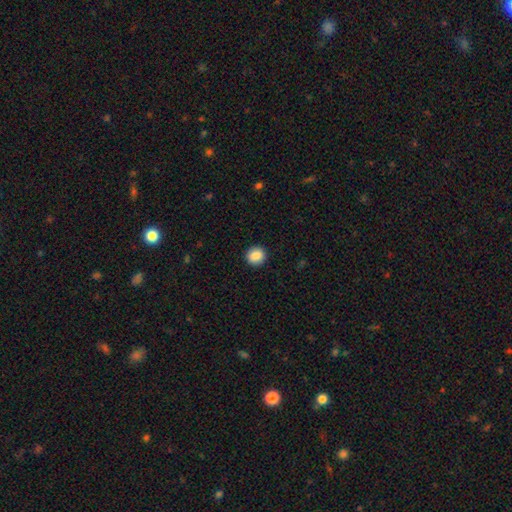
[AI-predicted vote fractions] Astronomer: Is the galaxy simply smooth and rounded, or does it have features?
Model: smooth — 88%.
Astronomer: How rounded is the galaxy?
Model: round — 88%.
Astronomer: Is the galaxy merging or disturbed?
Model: none — 92%.